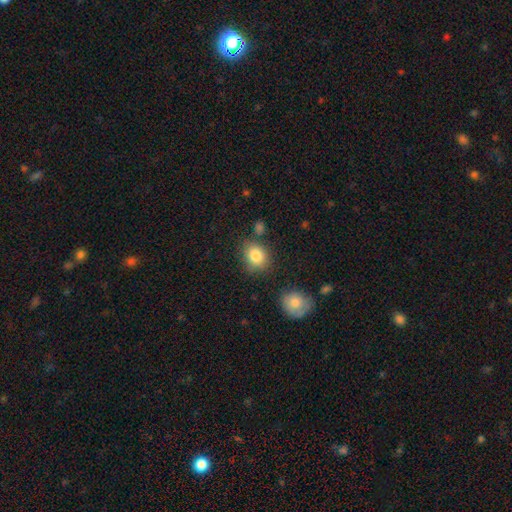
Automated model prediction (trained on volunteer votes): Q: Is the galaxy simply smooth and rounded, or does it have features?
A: smooth — 84%.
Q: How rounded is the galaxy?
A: round — 59%.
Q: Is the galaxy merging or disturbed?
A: none — 77%.